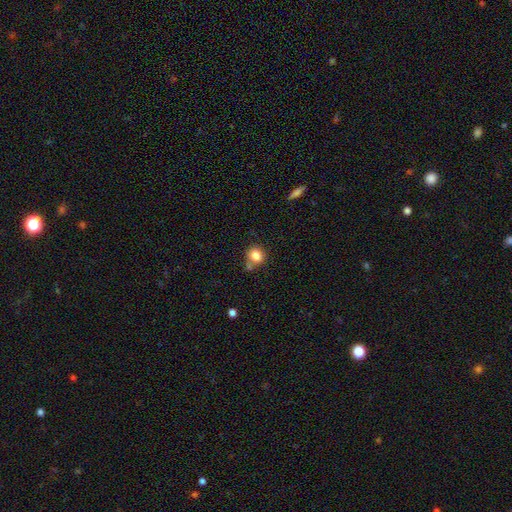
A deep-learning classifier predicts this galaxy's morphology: smooth 83%, star or artifact 10%, featured or disk 7%. Down the decision tree: how rounded — round (79%); merging — none (61%).